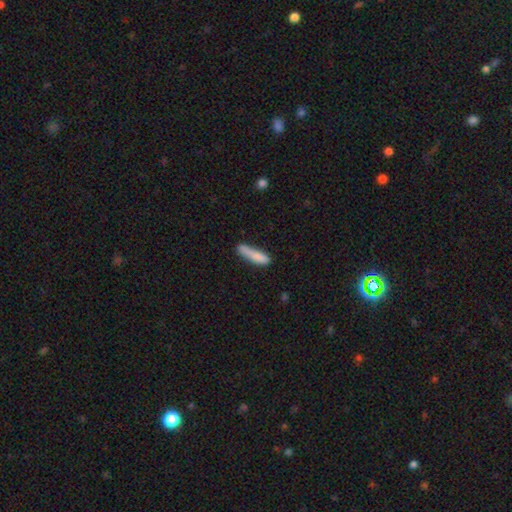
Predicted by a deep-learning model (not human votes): This is clearly a smooth galaxy (82%). How rounded: clearly cigar-shaped (80%). Merging: possibly none (59%).